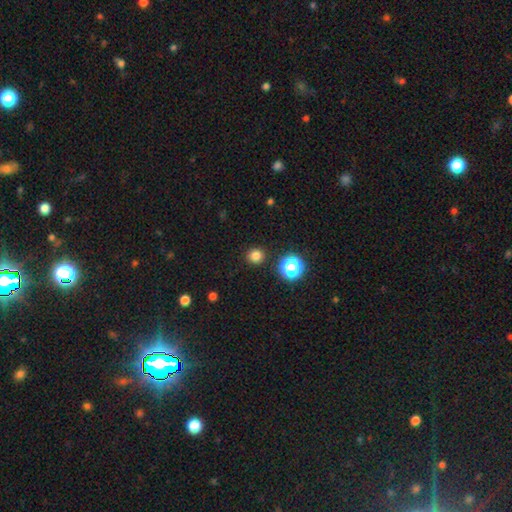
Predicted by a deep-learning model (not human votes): A smooth galaxy with no disk features (80%) that is round (90%). Merging: none (91%).